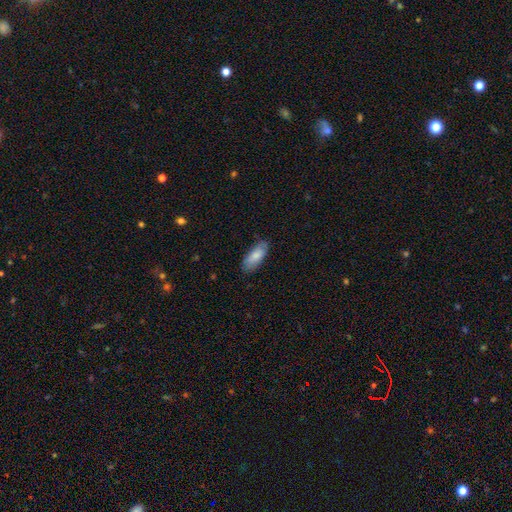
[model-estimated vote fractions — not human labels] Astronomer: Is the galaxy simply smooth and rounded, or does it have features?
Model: smooth — 80%.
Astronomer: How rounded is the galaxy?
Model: in between — 78%.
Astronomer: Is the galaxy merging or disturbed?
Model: none — 80%.